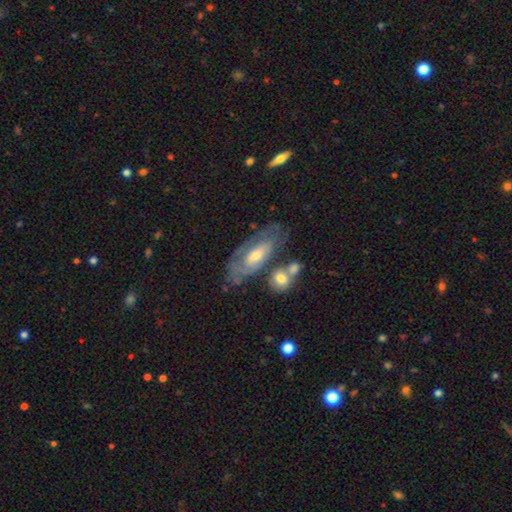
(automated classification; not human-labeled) Morphology: type=featured or disk (66%); edge-on=no (86%); bar=no (64%); spiral arms=yes (57%); bulge=moderate (51%); merging=none (55%).